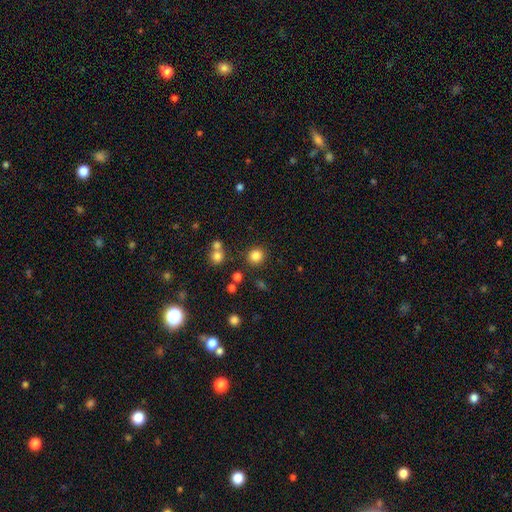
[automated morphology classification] Smooth or featured: smooth — 83% (star or artifact — 13%)
How rounded: round — 90% (in between — 9%)
Merging: none — 86% (minor disturbance — 7%)